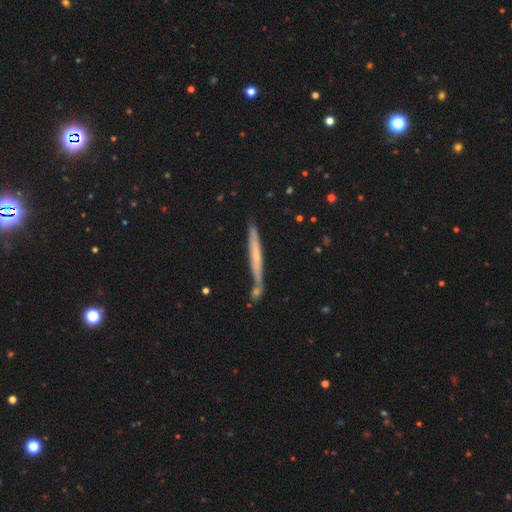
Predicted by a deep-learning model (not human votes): Smooth or featured? featured or disk (48%)
Merging? none (72%)